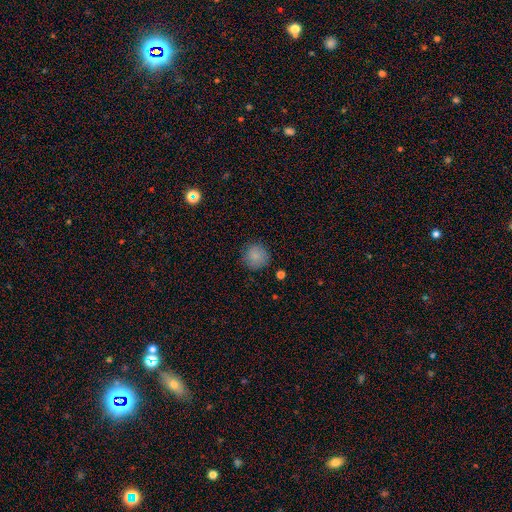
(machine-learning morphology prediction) smooth-or-featured: smooth: 85% | star or artifact: 10% | featured or disk: 6%
  how-rounded: round: 93% | in between: 6% | cigar-shaped: 1%
  merging: none: 85% | minor disturbance: 10% | major disturbance: 3% | merger: 2%